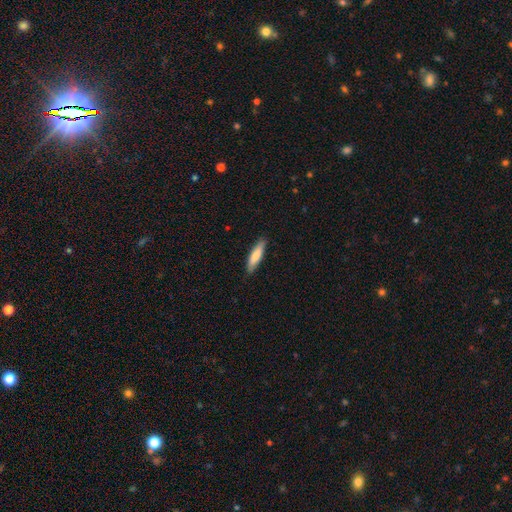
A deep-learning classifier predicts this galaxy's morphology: smooth-or-featured: smooth: 80% | featured or disk: 15% | star or artifact: 5%
  how-rounded: cigar-shaped: 72% | in between: 27% | round: 1%
  merging: none: 87% | minor disturbance: 11% | major disturbance: 2% | merger: 1%